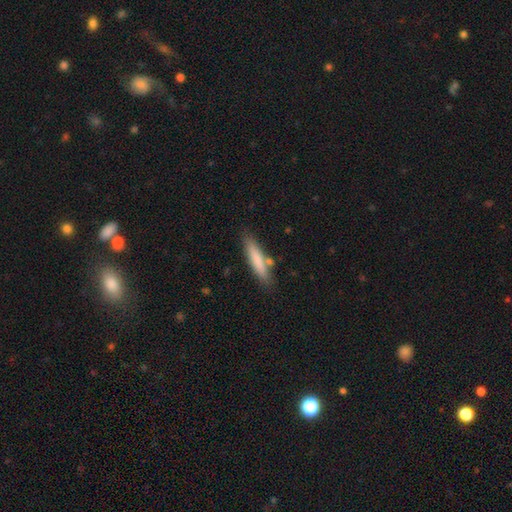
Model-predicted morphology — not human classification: A smooth galaxy with no disk features (75%) that is cigar-shaped (88%).

Vote fractions:
- Smooth or featured? smooth: 75% / featured or disk: 18% / star or artifact: 7%
- How rounded? cigar-shaped: 88% / in between: 11% / round: 1%
- Merging? none: 81% / minor disturbance: 12% / merger: 4% / major disturbance: 2%